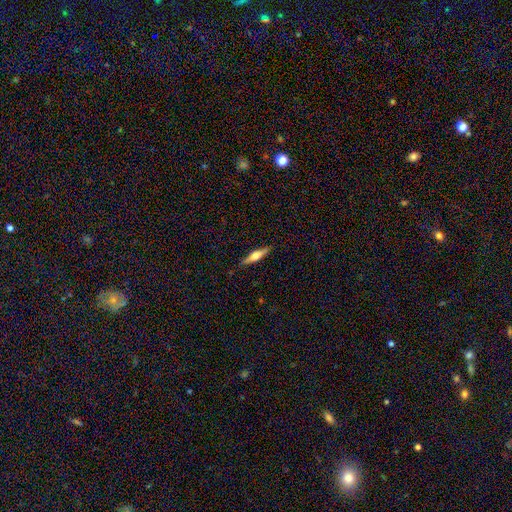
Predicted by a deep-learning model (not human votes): A featured or disk galaxy (61%) viewed edge-on (97%) with a rounded central bulge (90%). Merging: none (89%).